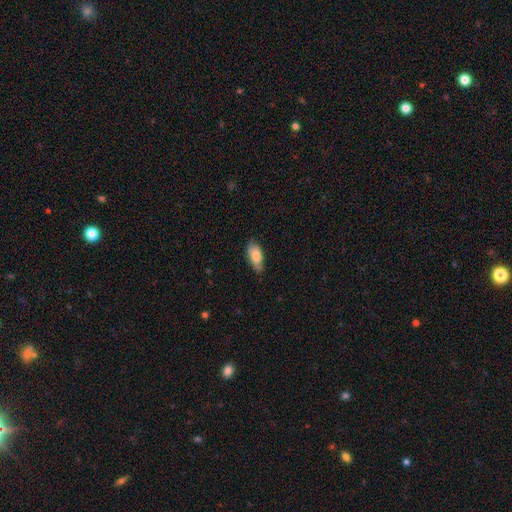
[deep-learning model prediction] smooth_or_featured: smooth (p=0.77) [alt: featured or disk p=0.17]
how_rounded: in between (p=0.86) [alt: cigar-shaped p=0.11]
merging: none (p=0.65) [alt: minor disturbance p=0.29]